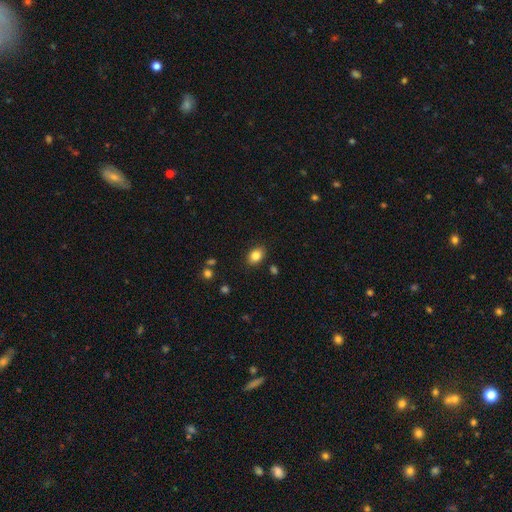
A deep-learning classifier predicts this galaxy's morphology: The model was most divided on "how rounded": in between: 74%, round: 25%, cigar-shaped: 1%. More confident: merging — none (86%); smooth or featured — smooth (83%).